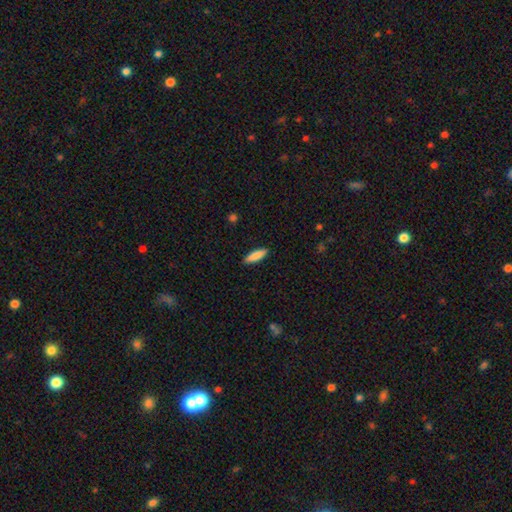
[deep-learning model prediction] Overall: smooth (84%). How rounded: cigar-shaped (60%; in between 38%). Merging: none (90%).